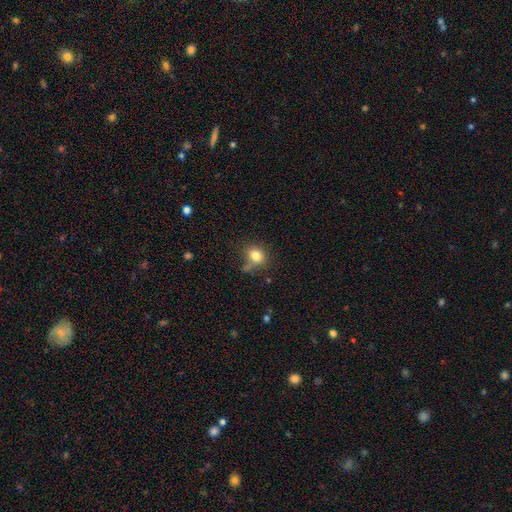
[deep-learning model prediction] This is clearly a smooth galaxy (81%). How rounded: possibly round (58%). Merging: likely none (62%).